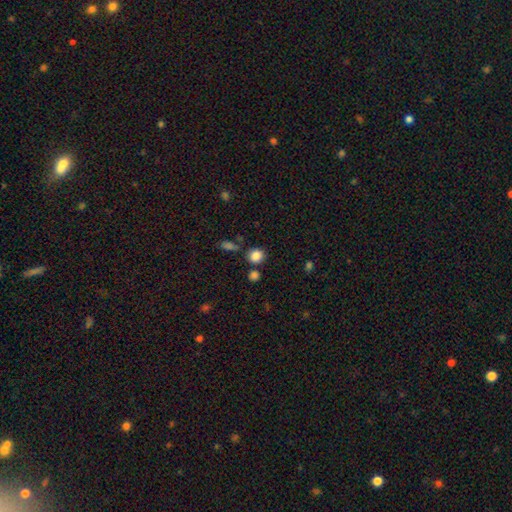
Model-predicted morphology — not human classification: A smooth galaxy with no disk features (85%) that is round (85%).

Vote fractions:
- Smooth or featured? smooth: 85% / star or artifact: 10% / featured or disk: 4%
- How rounded? round: 85% / in between: 14% / cigar-shaped: 1%
- Merging? none: 79% / minor disturbance: 9% / merger: 9% / major disturbance: 3%